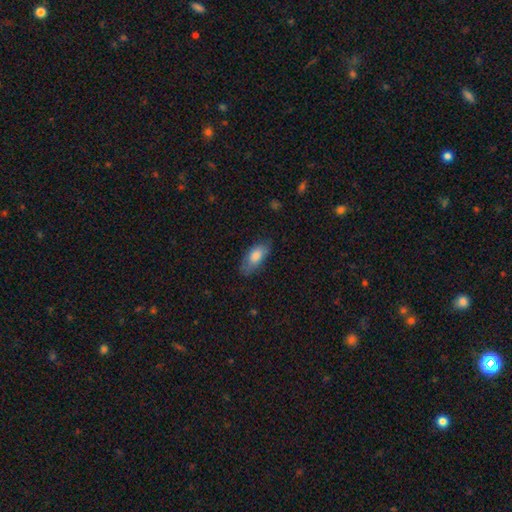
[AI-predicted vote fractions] The model was most divided on "merging": none: 72%, minor disturbance: 21%, major disturbance: 5%, merger: 1%. More confident: how rounded — in between (84%); smooth or featured — smooth (78%).